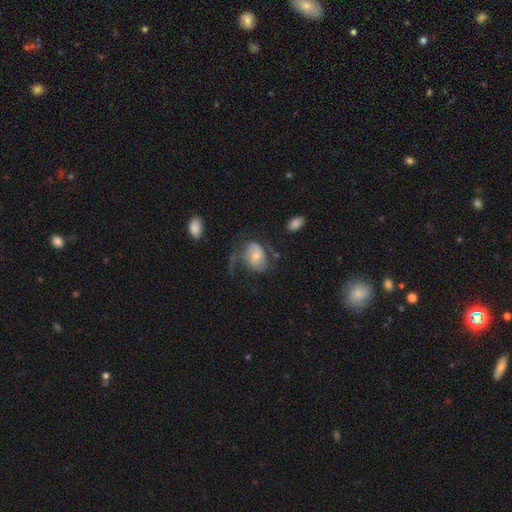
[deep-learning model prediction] This is possibly a smooth galaxy (46%, tied with featured or disk). Merging: marginally none (38%).